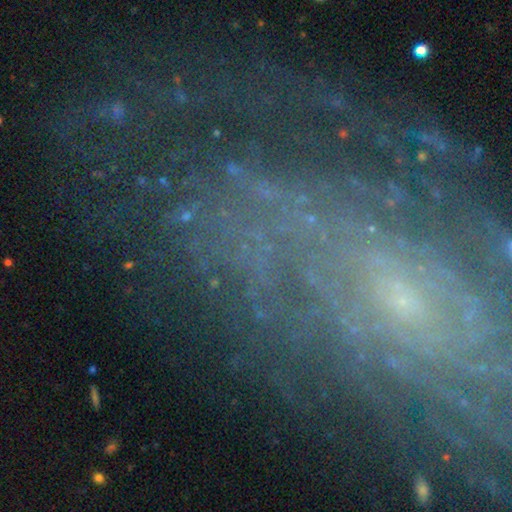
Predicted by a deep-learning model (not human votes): Overall: featured or disk (78%). Edge-on disk: no (95%). Bar: no (55%; weak 32%). Spiral arms: yes (92%). Spiral arm count: can't tell (40%; 2 15%). Spiral winding: tight (67%). Bulge size: small (78%). Merging: none (69%).